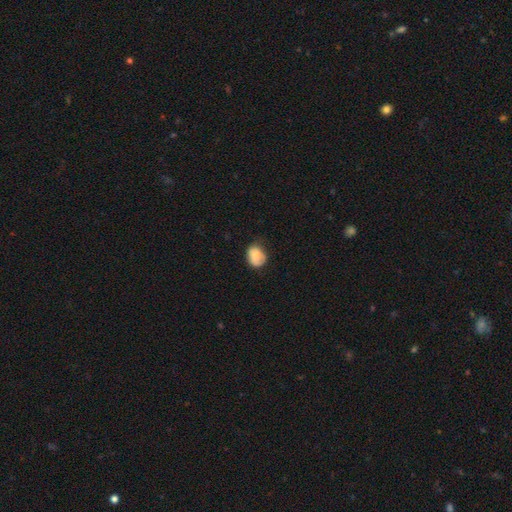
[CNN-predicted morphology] type=smooth (70%); roundness=in between (52%); merging=none (60%).